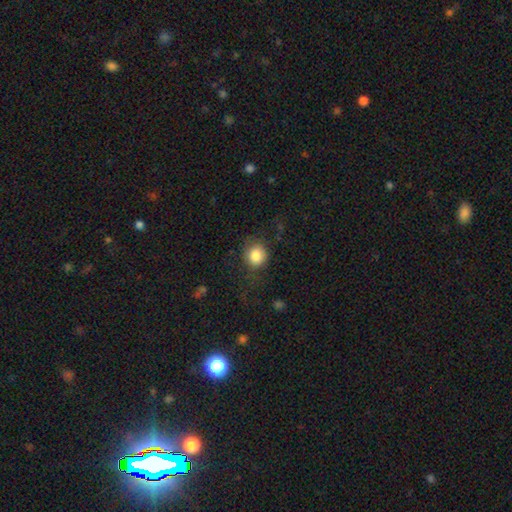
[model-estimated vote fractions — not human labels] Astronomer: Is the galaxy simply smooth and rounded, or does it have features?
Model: smooth — 85%.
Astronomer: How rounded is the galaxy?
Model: round — 84%.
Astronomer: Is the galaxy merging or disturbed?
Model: none — 71%.